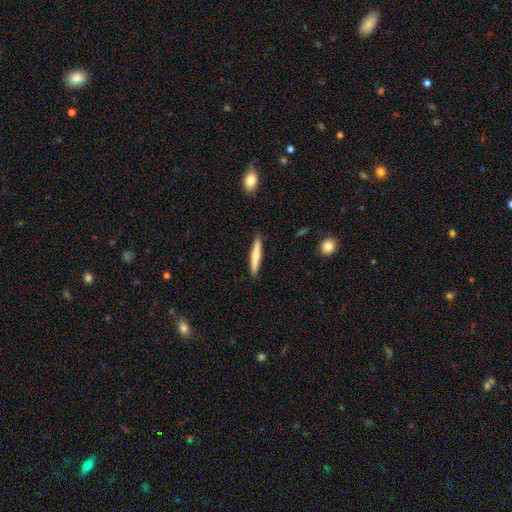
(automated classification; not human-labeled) Smooth or featured? smooth (69%)
How rounded? cigar-shaped (93%)
Merging? none (90%)